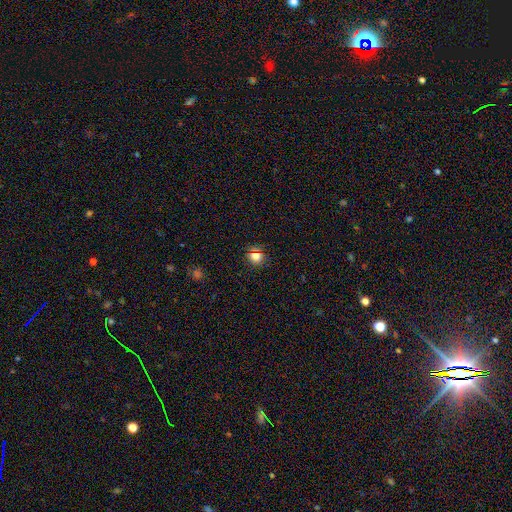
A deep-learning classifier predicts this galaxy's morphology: Smooth or featured?
  - smooth: 71% *
  - star or artifact: 24%
  - featured or disk: 6%
How rounded?
  - round: 87% *
  - in between: 11%
  - cigar-shaped: 1%
Merging?
  - none: 89% *
  - minor disturbance: 7%
  - major disturbance: 3%
  - merger: 2%